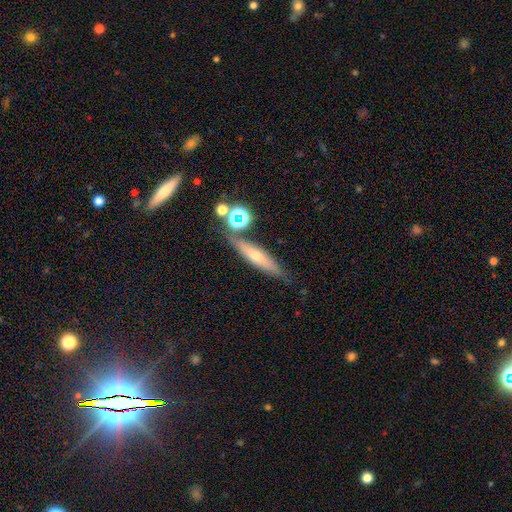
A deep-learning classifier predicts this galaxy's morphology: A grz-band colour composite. It shows a smooth galaxy with no disk features (44%). Merging: none (75%).